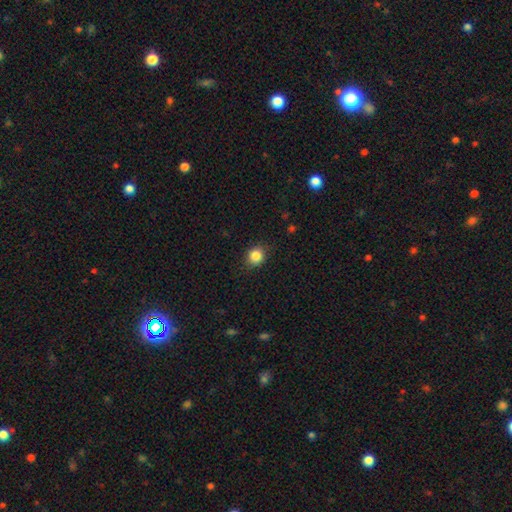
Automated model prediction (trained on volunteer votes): Smooth or featured? smooth (85%)
How rounded? round (79%)
Merging? none (86%)